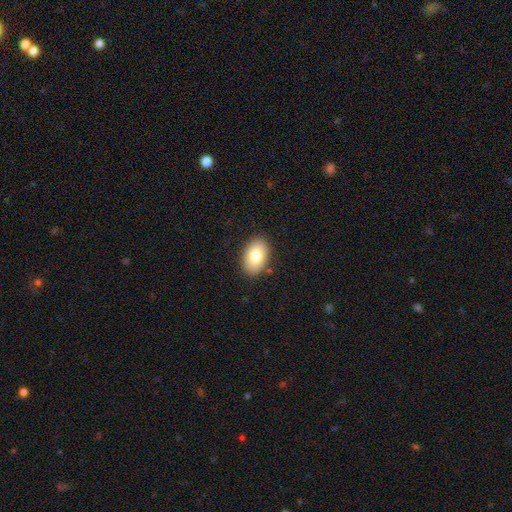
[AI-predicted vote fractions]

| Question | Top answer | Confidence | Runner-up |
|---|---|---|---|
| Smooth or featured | smooth | 79% | featured or disk (13%) |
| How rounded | in between | 90% | round (9%) |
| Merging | none | 87% | minor disturbance (9%) |